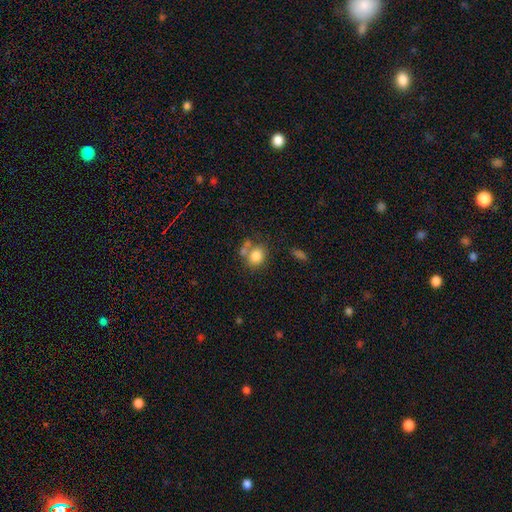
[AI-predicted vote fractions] smooth 81%, star or artifact 10%, featured or disk 9%. Down the decision tree: how rounded — round (68%); merging — none (49%).